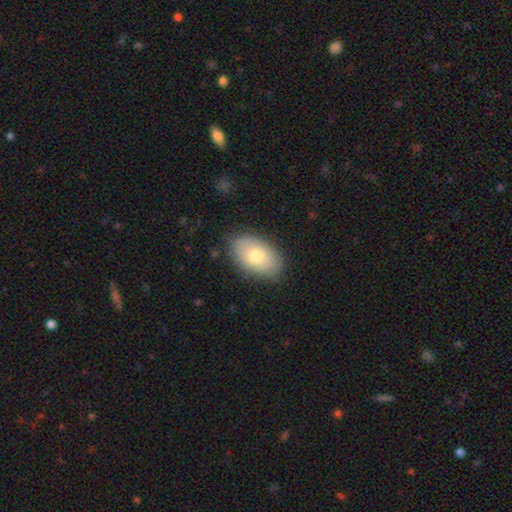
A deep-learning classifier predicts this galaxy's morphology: Overall: smooth (75%). How rounded: in between (92%). Merging: none (82%).